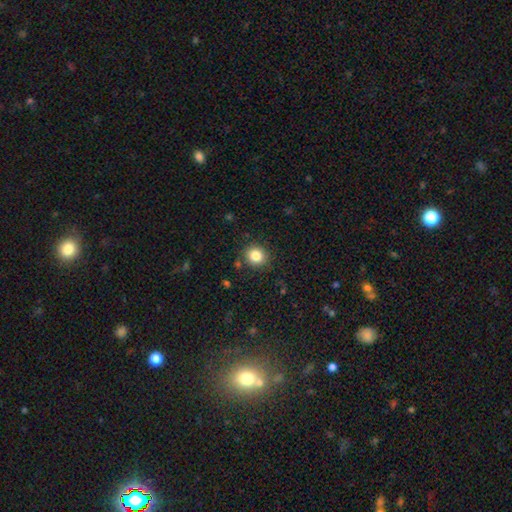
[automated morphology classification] Smooth or featured? Predicted: smooth (p=0.83). How rounded? Predicted: round (p=0.85). Merging? Predicted: none (p=0.88).